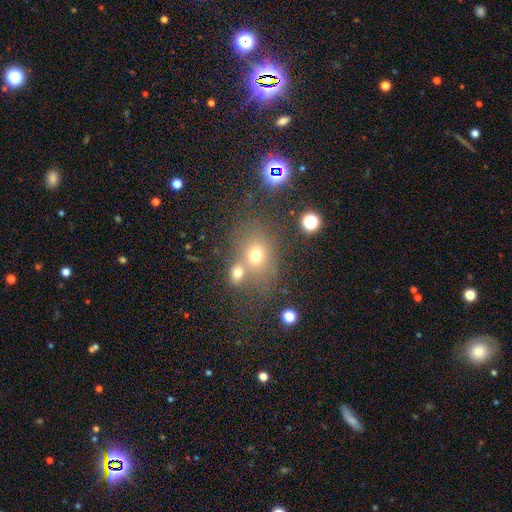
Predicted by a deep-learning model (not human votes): Overall: smooth (63%). How rounded: round (54%; in between 44%). Merging: none (46%; merger 36%).